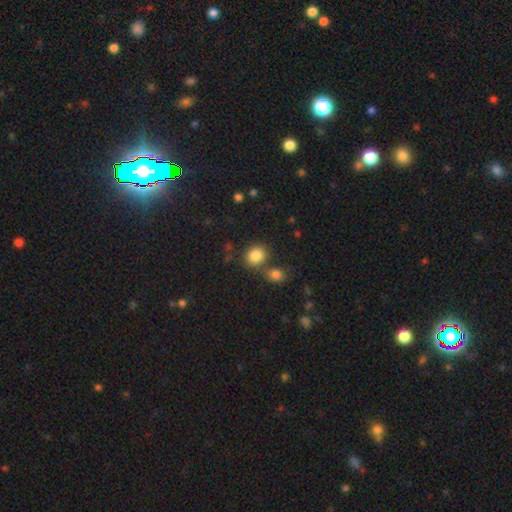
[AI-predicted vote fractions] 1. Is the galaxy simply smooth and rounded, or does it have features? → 85% smooth, 10% star or artifact, 6% featured or disk.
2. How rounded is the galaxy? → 57% round, 42% in between, 1% cigar-shaped.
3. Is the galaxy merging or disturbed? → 63% none, 22% merger, 11% minor disturbance, 4% major disturbance.